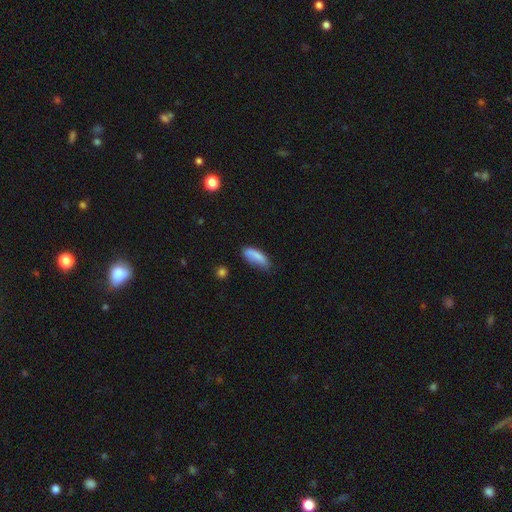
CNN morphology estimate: smooth 81%, featured or disk 11%, star or artifact 8%. Down the decision tree: how rounded — in between (64%); merging — none (55%).